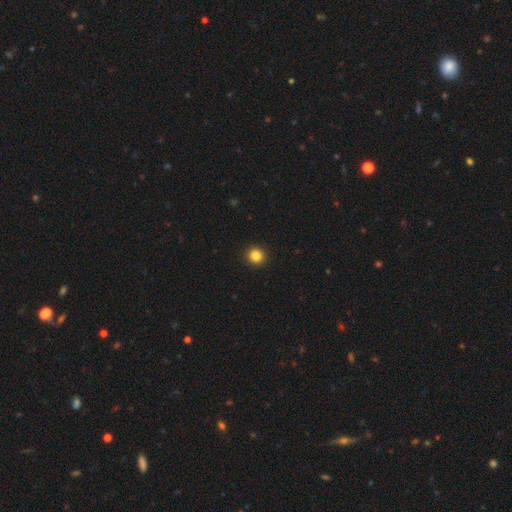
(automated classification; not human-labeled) This appears to be a smooth galaxy with no disk features (85%) that is round (94%). Merging: none (93%).